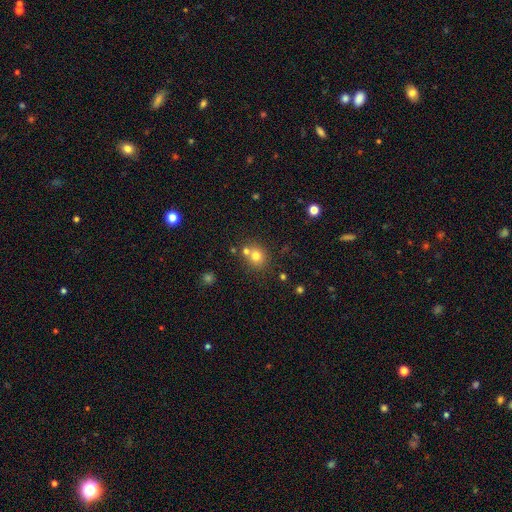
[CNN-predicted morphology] smooth-or-featured: smooth: 74% | star or artifact: 15% | featured or disk: 11%
  how-rounded: round: 80% | in between: 19% | cigar-shaped: 1%
  merging: none: 60% | merger: 28% | minor disturbance: 9% | major disturbance: 3%